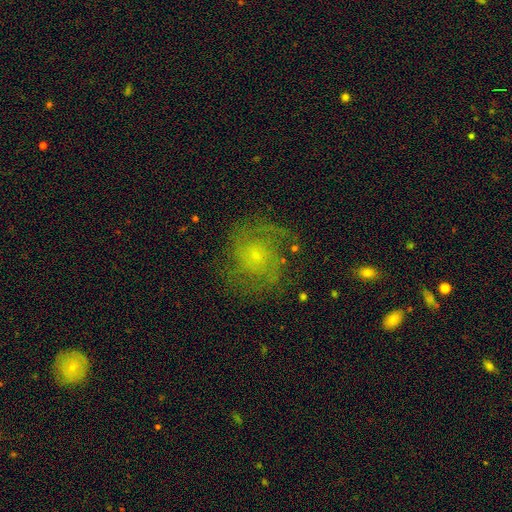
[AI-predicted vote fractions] Smooth or featured? featured or disk (66%)
Edge-on disk? no (98%)
Bar? no (77%)
Spiral arms? yes (88%)
Spiral winding? medium (43%)
Spiral arm count? 2 (39%)
Bulge size? small (73%)
Merging? none (69%)